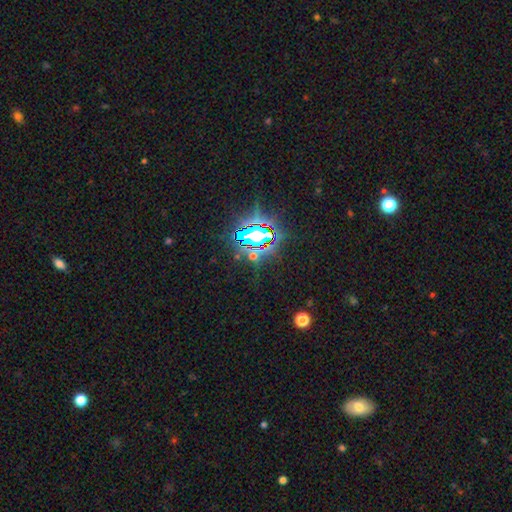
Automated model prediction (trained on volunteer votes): Smooth or featured? star or artifact (83%)